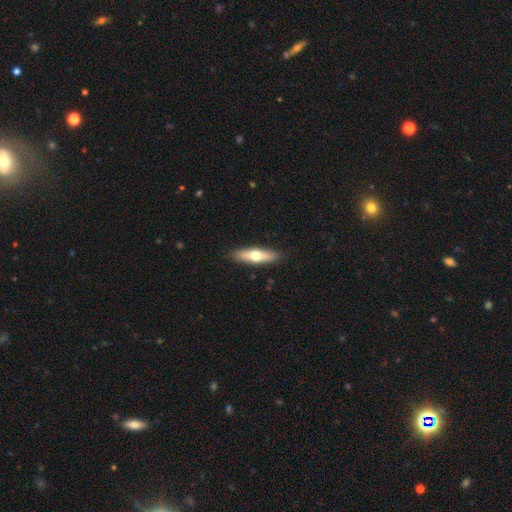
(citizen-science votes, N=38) Smooth or featured? smooth (66%)
How rounded? cigar-shaped (52%)
Merging? none (95%)